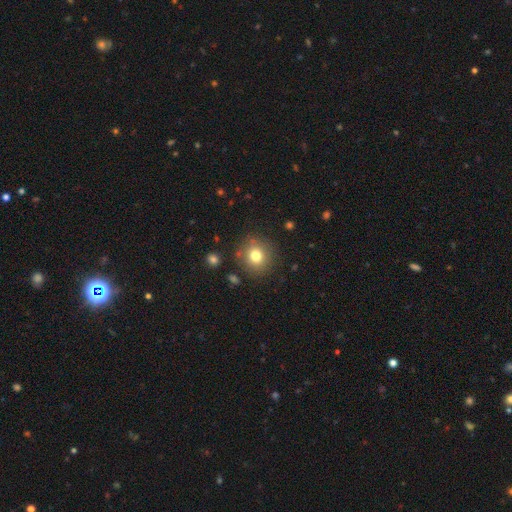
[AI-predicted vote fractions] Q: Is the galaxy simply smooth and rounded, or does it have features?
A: smooth — 77%.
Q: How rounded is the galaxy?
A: round — 87%.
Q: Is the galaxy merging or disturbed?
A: none — 84%.